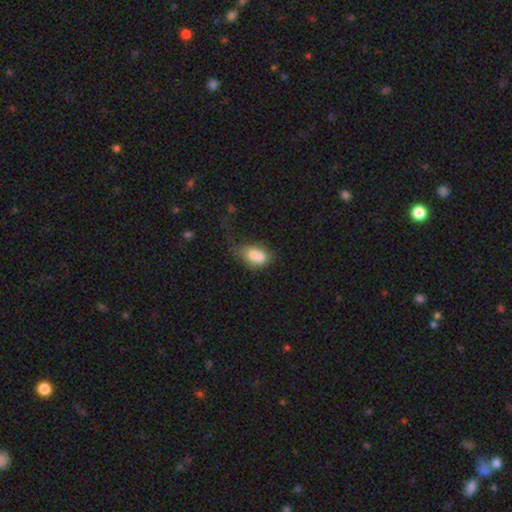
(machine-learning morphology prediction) Smooth or featured? Predicted: smooth (p=0.69). How rounded? Predicted: in between (p=0.73). Merging? Predicted: merger (p=0.45).